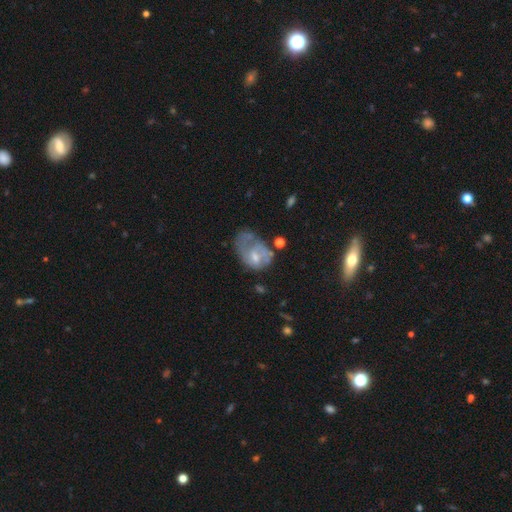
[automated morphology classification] The model was most divided on "spiral arms" (2-way tie): no: 50%, yes: 50%. Remaining: edge-on disk — no (97%); bar — no (55%); smooth or featured — featured or disk (54%); bulge size — moderate (40%); merging — major disturbance (39%).